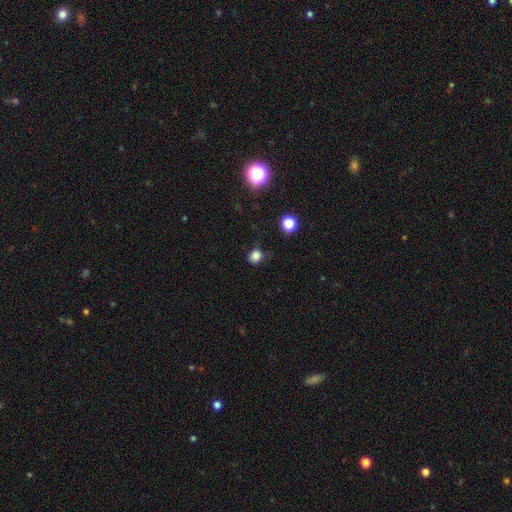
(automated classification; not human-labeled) A smooth galaxy with no disk features (81%) that is round (76%).

Vote fractions:
- Smooth or featured? smooth: 81% / star or artifact: 14% / featured or disk: 5%
- How rounded? round: 76% / in between: 23% / cigar-shaped: 1%
- Merging? none: 74% / minor disturbance: 19% / major disturbance: 5% / merger: 2%